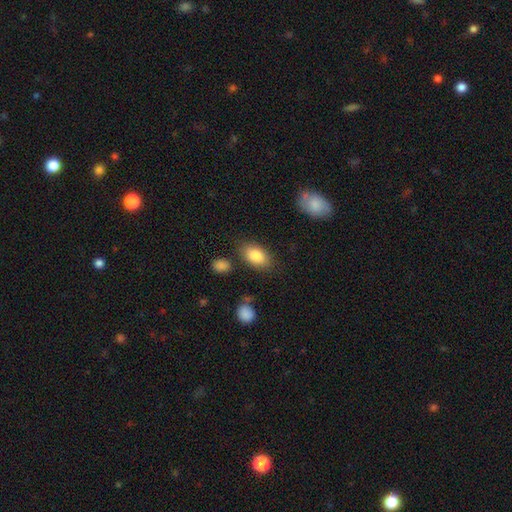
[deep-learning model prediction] smooth-or-featured: smooth: 85% | featured or disk: 8% | star or artifact: 7%
  how-rounded: in between: 91% | round: 7% | cigar-shaped: 2%
  merging: none: 78% | minor disturbance: 13% | merger: 4% | major disturbance: 4%